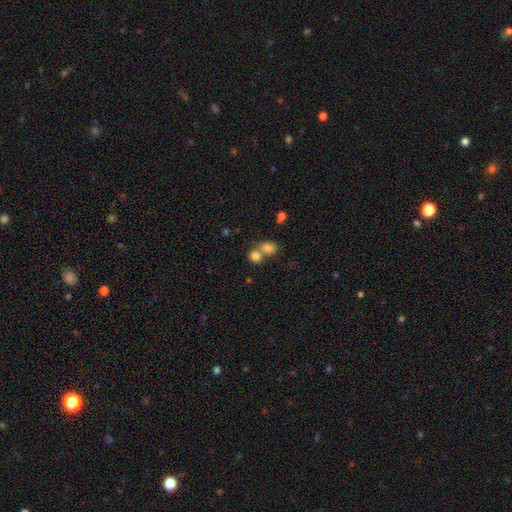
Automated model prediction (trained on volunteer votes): smooth_or_featured: smooth (p=0.81) [alt: star or artifact p=0.11]
how_rounded: round (p=0.62) [alt: in between p=0.37]
merging: merger (p=0.53) [alt: none p=0.37]